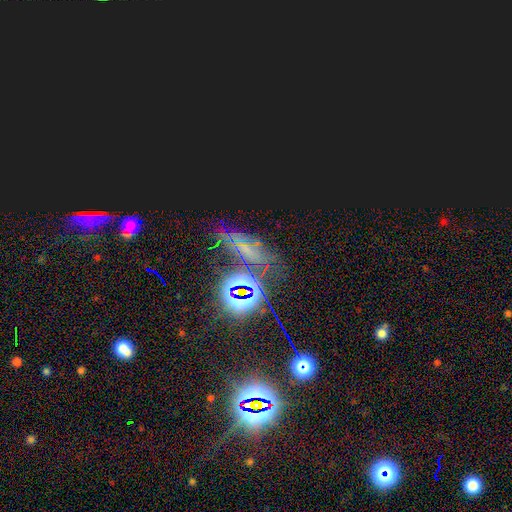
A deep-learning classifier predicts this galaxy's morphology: Smooth or featured? star or artifact (57%)